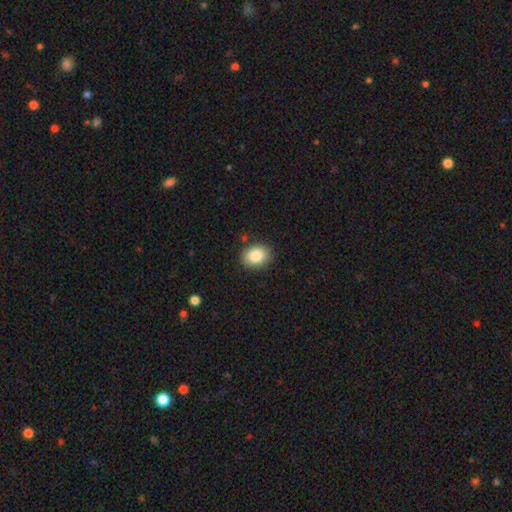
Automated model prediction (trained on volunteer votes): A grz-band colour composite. It shows a smooth galaxy with no disk features (86%) that is in between round and cigar-shaped (65%). Merging: none (86%).